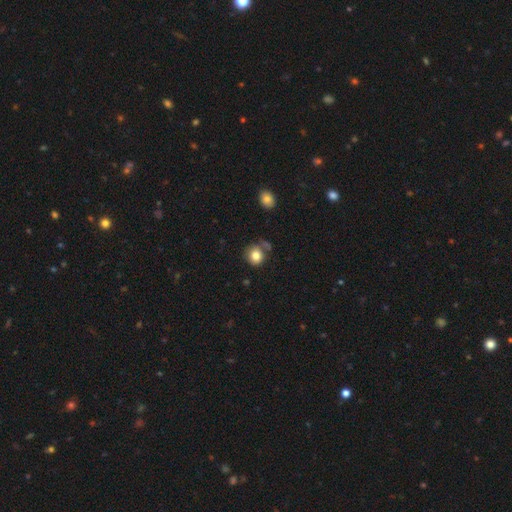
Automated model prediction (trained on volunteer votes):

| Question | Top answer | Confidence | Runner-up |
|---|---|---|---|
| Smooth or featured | smooth | 83% | star or artifact (10%) |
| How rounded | round | 82% | in between (17%) |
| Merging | none | 70% | minor disturbance (15%) |